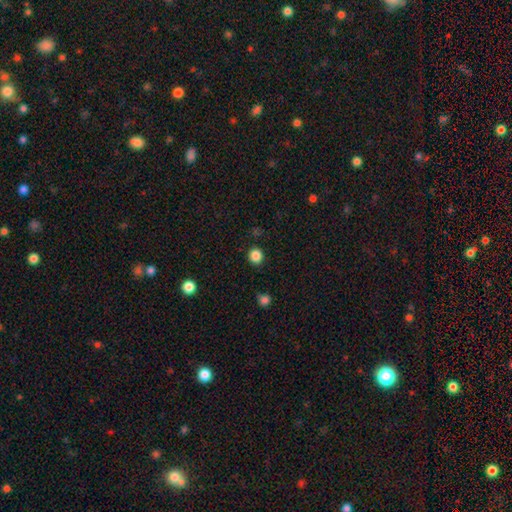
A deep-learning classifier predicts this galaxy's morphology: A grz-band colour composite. It shows a smooth galaxy with no disk features (85%) that is round (90%). Merging: none (90%).